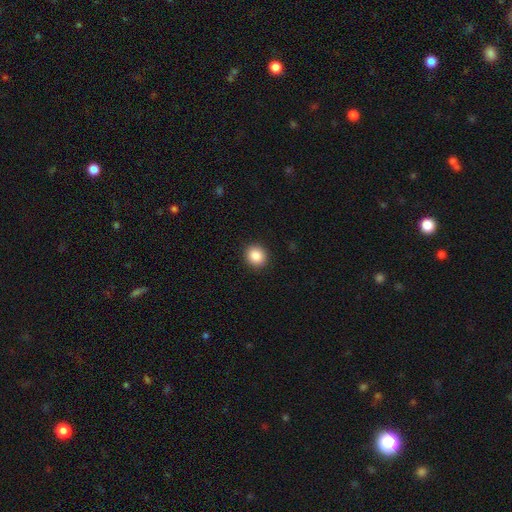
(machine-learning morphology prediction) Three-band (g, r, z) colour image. It shows a smooth galaxy with no disk features (87%) that is round (85%). Merging: none (91%).